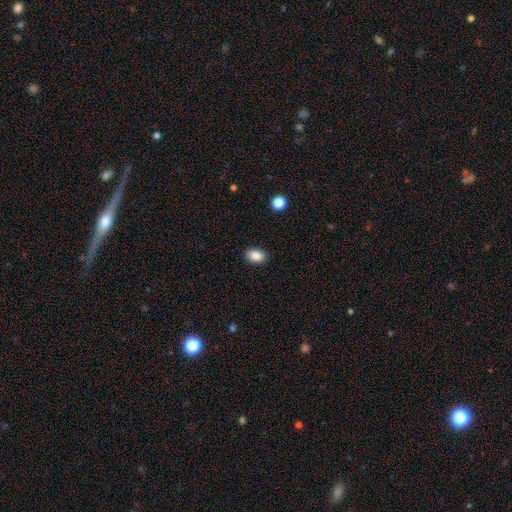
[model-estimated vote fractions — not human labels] Smooth or featured? Predicted: smooth (p=0.88). How rounded? Predicted: in between (p=0.81). Merging? Predicted: none (p=0.88).